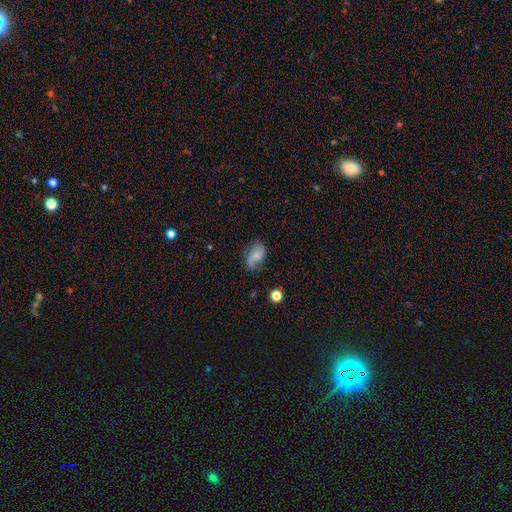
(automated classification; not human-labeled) Smooth or featured? smooth (48%)
Merging? none (51%)